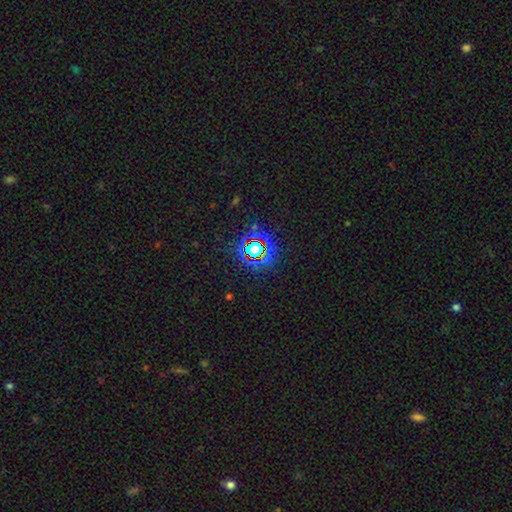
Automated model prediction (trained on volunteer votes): Smooth or featured? Predicted: star or artifact (p=0.79).